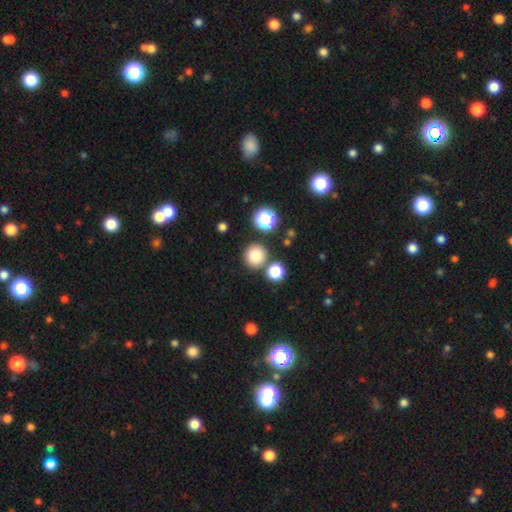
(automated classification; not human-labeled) Smooth or featured? Predicted: smooth (p=0.80). How rounded? Predicted: round (p=0.91). Merging? Predicted: none (p=0.78).